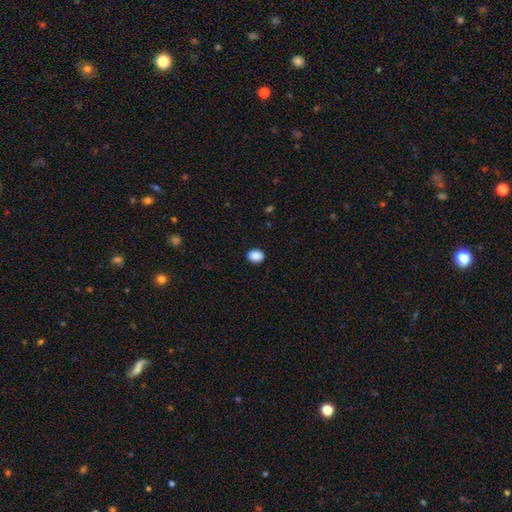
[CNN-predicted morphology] The model was most divided on "how rounded": in between: 66%, round: 33%, cigar-shaped: 1%. More confident: merging — none (90%); smooth or featured — smooth (90%).